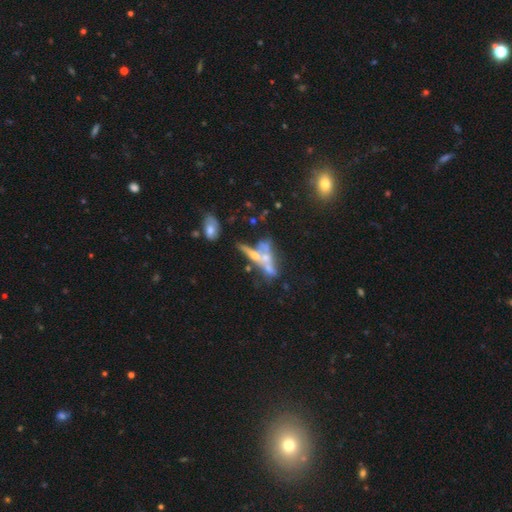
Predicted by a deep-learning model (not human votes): Smooth or featured: featured or disk — 59% (smooth — 24%)
Edge-on disk: no — 64% (yes — 36%)
Merging: merger — 45% (none — 27%)